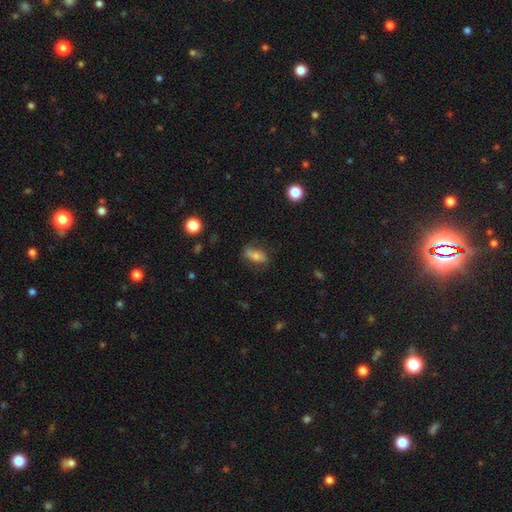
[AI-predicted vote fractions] smooth 66%, featured or disk 25%, star or artifact 9%. Down the decision tree: how rounded — in between (80%); merging — none (71%).